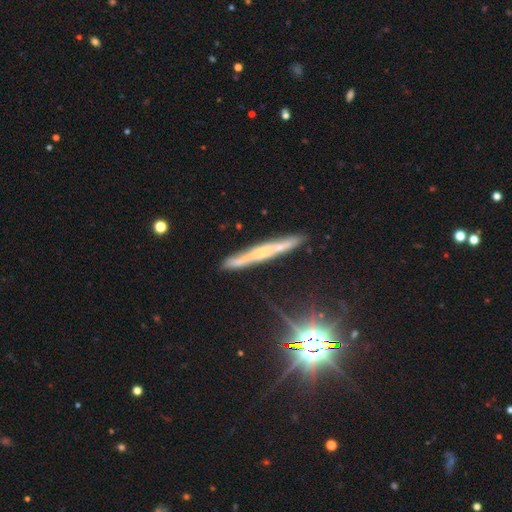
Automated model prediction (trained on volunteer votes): This is likely a featured or disk galaxy (64%). It is clearly viewed edge-on (92%). Edge-on bulge: possibly rounded (53%). Merging: clearly none (82%).